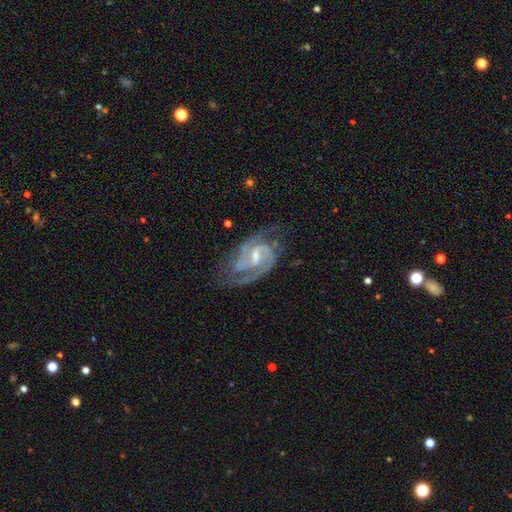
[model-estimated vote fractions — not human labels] A featured or disk galaxy (91%) with a weak bar (57%), 2 (83%) medium (53%) spiral arms (98%) and a moderate central bulge (45%).

Vote fractions:
- Smooth or featured? featured or disk: 91% / star or artifact: 5% / smooth: 4%
- Edge-on disk? no: 97% / yes: 3%
- Bar? weak: 57% / strong: 24% / no: 19%
- Spiral arms? yes: 98% / no: 2%
- Spiral winding? medium: 53% / tight: 38% / loose: 9%
- Spiral arm count? 2: 83% / 3: 8% / can't tell: 4% / 1: 2% / 4: 2% / more than 4: 2%
- Bulge size? moderate: 45% / small: 44% / none: 8% / large: 3% / dominant: 1%
- Merging? none: 71% / minor disturbance: 19% / major disturbance: 8% / merger: 2%